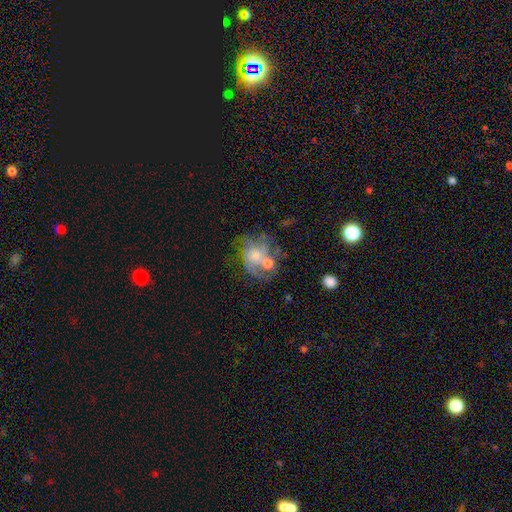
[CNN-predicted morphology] Smooth or featured? featured or disk (67%)
Edge-on disk? no (98%)
Bar? no (77%)
Spiral arms? yes (76%)
Bulge size? moderate (44%)
Merging? none (39%)